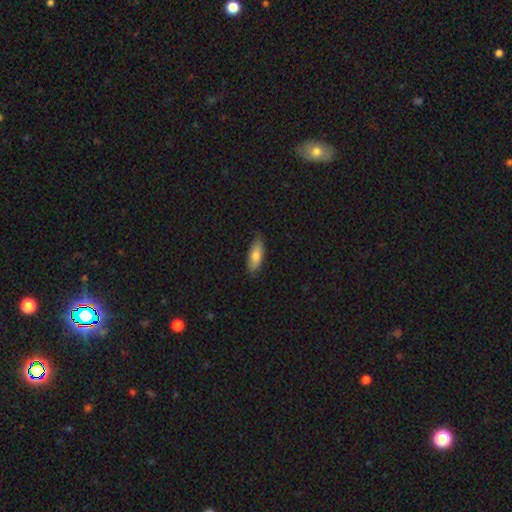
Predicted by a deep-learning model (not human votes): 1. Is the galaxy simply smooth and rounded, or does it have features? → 80% smooth, 13% featured or disk, 6% star or artifact.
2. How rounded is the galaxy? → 68% in between, 30% cigar-shaped, 2% round.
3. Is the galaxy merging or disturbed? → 86% none, 11% minor disturbance, 2% major disturbance, 1% merger.